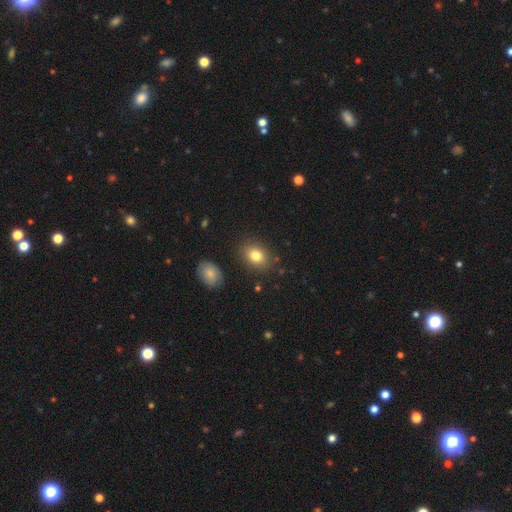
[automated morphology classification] Q: Smooth or featured?
A: smooth (81%); runner-up: star or artifact (10%)
Q: How rounded?
A: in between (66%); runner-up: round (33%)
Q: Merging?
A: none (84%); runner-up: minor disturbance (10%)